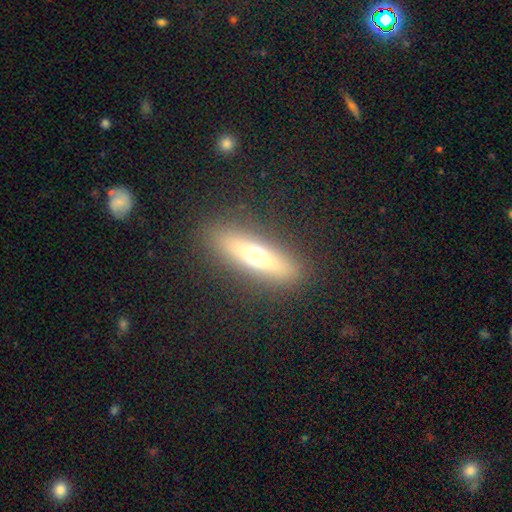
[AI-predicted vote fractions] Q: Smooth or featured?
A: smooth (51%); runner-up: featured or disk (40%)
Q: How rounded?
A: cigar-shaped (66%); runner-up: in between (30%)
Q: Merging?
A: none (88%); runner-up: minor disturbance (8%)